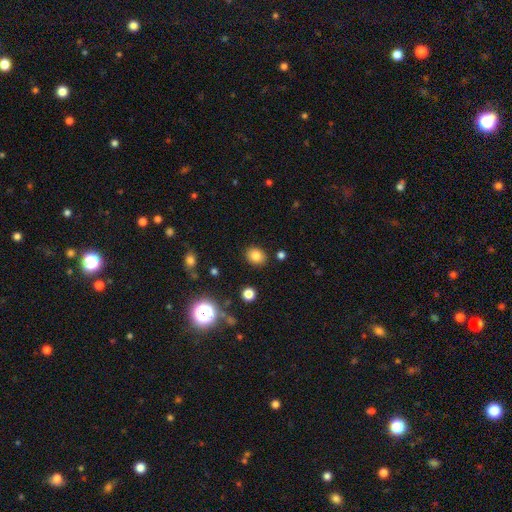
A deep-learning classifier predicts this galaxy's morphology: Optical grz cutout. It shows a smooth galaxy with no disk features (81%) that is round (57%). Merging: none (87%).